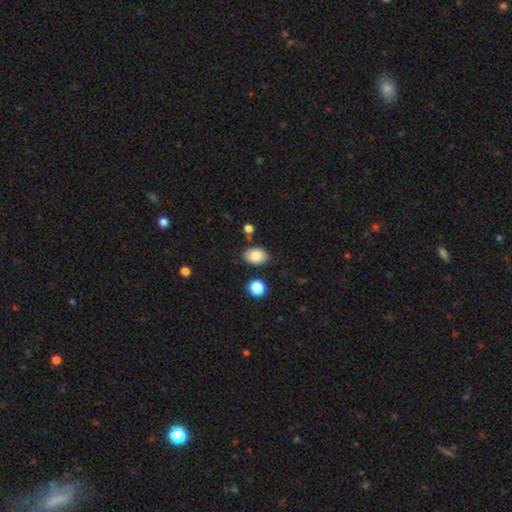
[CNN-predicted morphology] type=smooth (84%); roundness=in between (78%); merging=none (83%).